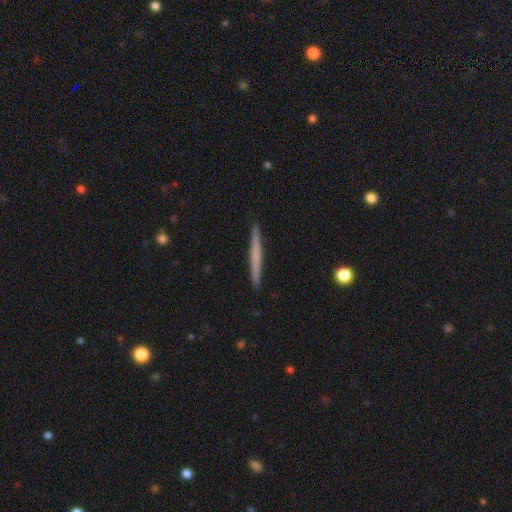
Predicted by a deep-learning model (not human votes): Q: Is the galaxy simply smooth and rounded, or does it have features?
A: smooth — 54%.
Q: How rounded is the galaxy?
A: cigar-shaped — 97%.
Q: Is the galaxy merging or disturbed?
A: none — 92%.